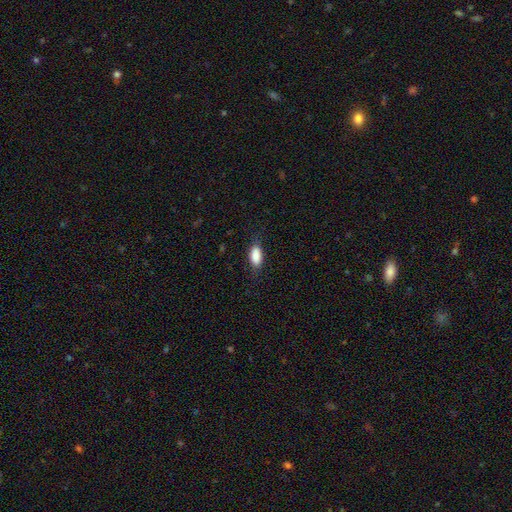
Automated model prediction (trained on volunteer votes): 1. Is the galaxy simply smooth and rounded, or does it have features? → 87% smooth, 7% star or artifact, 6% featured or disk.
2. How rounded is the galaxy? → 86% in between, 10% cigar-shaped, 4% round.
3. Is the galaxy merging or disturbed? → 77% none, 17% minor disturbance, 5% major disturbance, 1% merger.